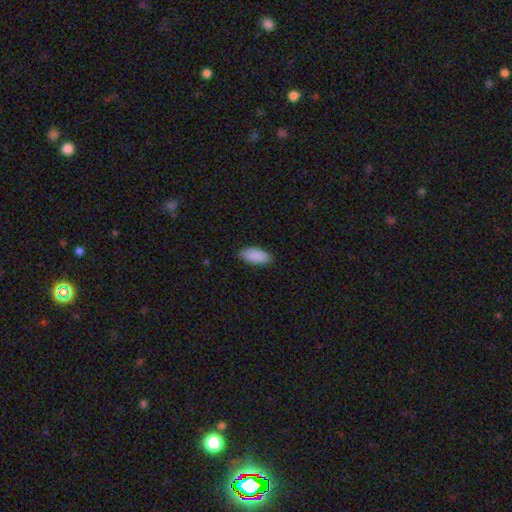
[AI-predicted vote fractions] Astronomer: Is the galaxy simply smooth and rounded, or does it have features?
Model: smooth — 90%.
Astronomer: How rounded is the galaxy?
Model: in between — 89%.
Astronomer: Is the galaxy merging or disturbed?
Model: none — 84%.